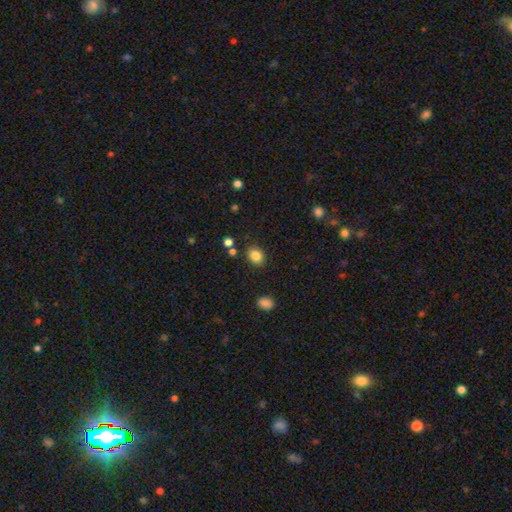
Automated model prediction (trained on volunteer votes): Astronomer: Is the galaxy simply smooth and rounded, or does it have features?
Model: smooth — 84%.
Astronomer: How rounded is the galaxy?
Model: in between — 54% (runner-up: round, 45%).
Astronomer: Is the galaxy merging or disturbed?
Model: none — 84%.